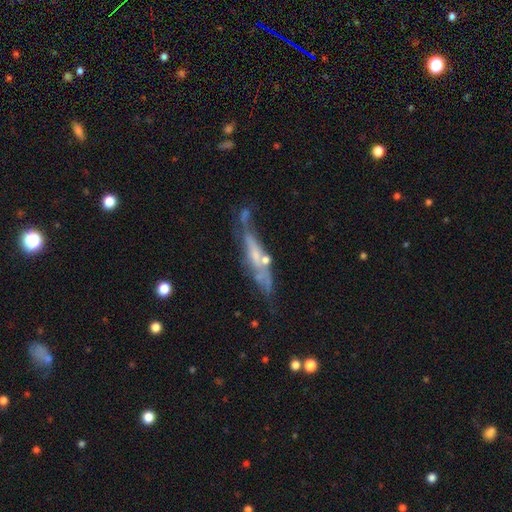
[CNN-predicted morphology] This appears to be a featured or disk galaxy (61%) viewed edge-on (67%). Merging: none (54%).